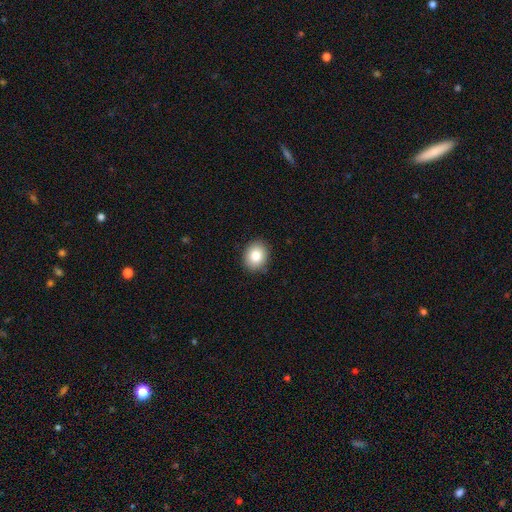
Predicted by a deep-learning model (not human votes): This is clearly a smooth galaxy (83%). How rounded: possibly round (59%). Merging: clearly none (90%).